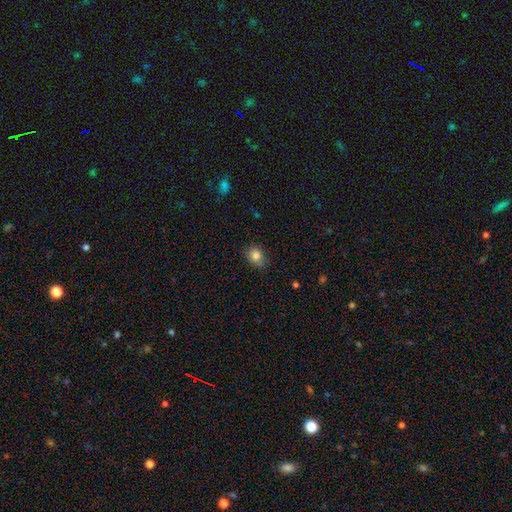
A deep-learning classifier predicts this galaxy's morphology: This is clearly a smooth galaxy (84%). How rounded: possibly in between (52%). Merging: likely none (79%).